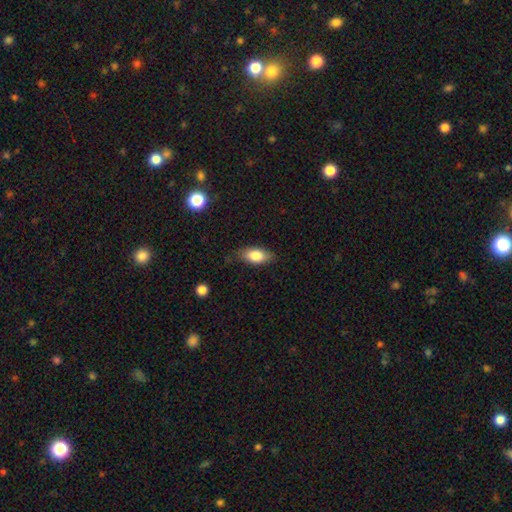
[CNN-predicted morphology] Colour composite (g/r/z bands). It shows a smooth galaxy with no disk features (81%) that is in between round and cigar-shaped (88%). Merging: none (78%).